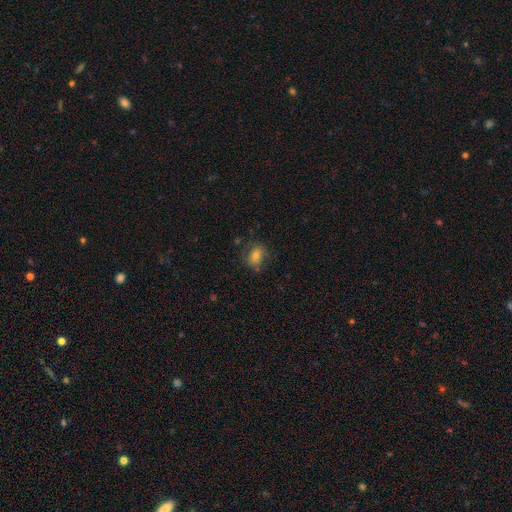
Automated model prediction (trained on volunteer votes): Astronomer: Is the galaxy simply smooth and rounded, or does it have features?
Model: smooth — 71%.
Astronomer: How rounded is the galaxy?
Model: in between — 54% (runner-up: round, 45%).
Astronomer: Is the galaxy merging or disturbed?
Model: none — 75%.